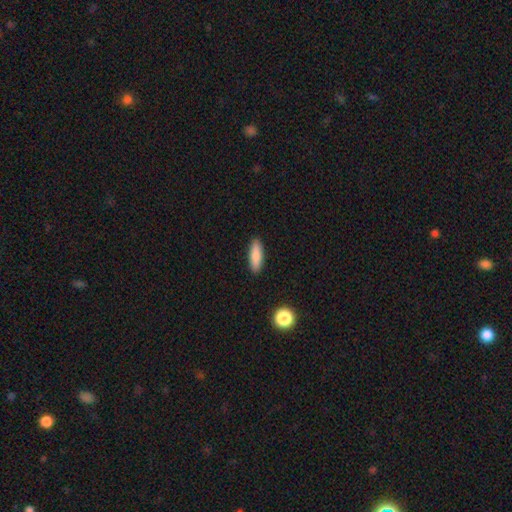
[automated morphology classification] smooth_or_featured: smooth (p=0.85) [alt: featured or disk p=0.09]
how_rounded: in between (p=0.51) [alt: cigar-shaped p=0.47]
merging: none (p=0.90) [alt: minor disturbance p=0.07]